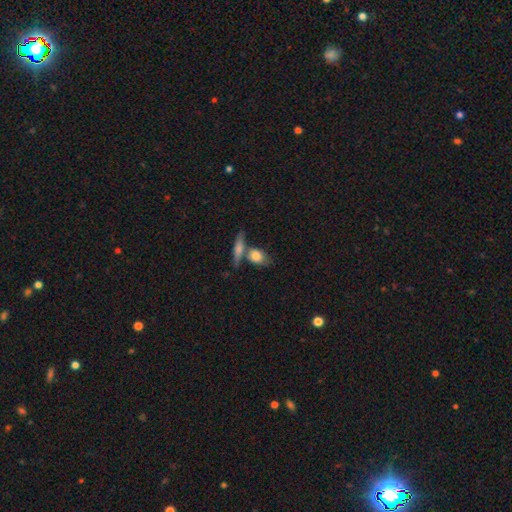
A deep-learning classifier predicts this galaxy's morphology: Overall: smooth (75%). How rounded: in between (59%; round 30%). Merging: none (46%; merger 34%).